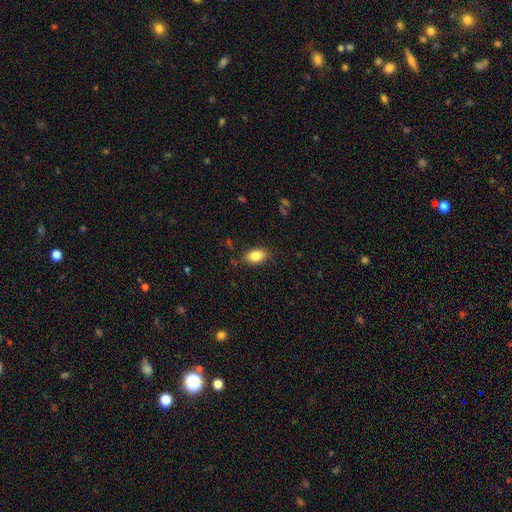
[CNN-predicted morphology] Smooth or featured: smooth — 86% (star or artifact — 8%)
How rounded: in between — 89% (round — 8%)
Merging: none — 84% (minor disturbance — 12%)